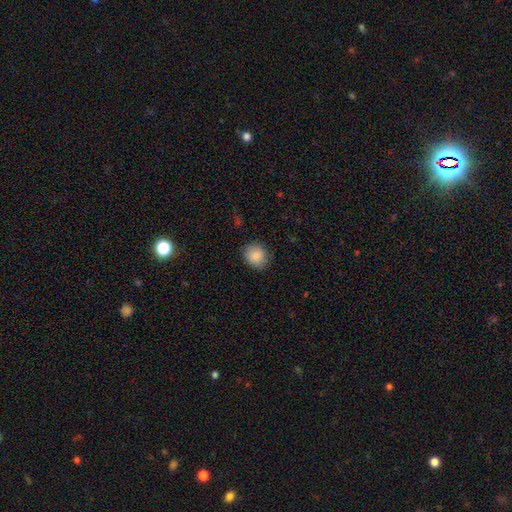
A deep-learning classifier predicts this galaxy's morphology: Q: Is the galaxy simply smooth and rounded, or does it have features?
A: smooth — 87%.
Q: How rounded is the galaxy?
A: round — 72%.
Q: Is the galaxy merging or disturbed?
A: none — 83%.